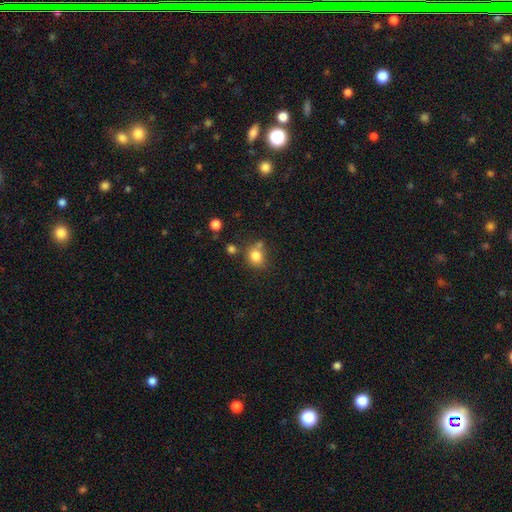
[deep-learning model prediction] smooth 80%, star or artifact 12%, featured or disk 8%. Down the decision tree: how rounded — round (75%); merging — none (61%).